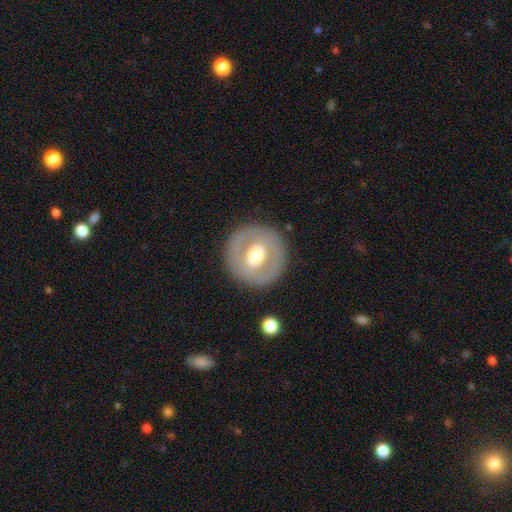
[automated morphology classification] A featured or disk galaxy (53%).

Vote fractions:
- Smooth or featured? featured or disk: 53% / smooth: 41% / star or artifact: 6%
- Edge-on disk? no: 95% / yes: 5%
- Merging? none: 86% / minor disturbance: 8% / major disturbance: 4% / merger: 1%